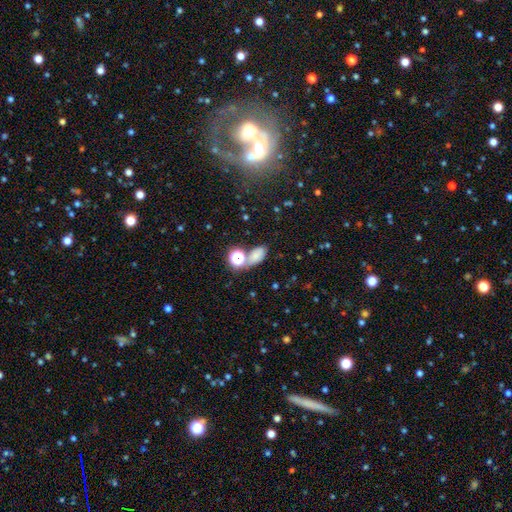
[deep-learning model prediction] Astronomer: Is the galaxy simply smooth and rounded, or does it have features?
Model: smooth — 65%.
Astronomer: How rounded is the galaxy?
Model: in between — 81%.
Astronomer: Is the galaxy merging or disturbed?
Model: none — 58%.